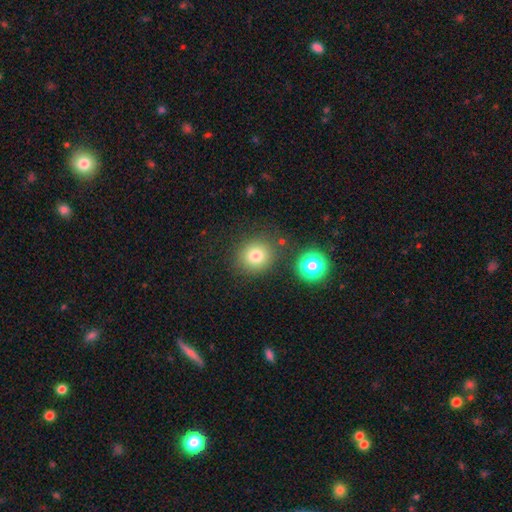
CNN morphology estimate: A smooth galaxy with no disk features (79%) that is round (87%). Merging: none (82%).